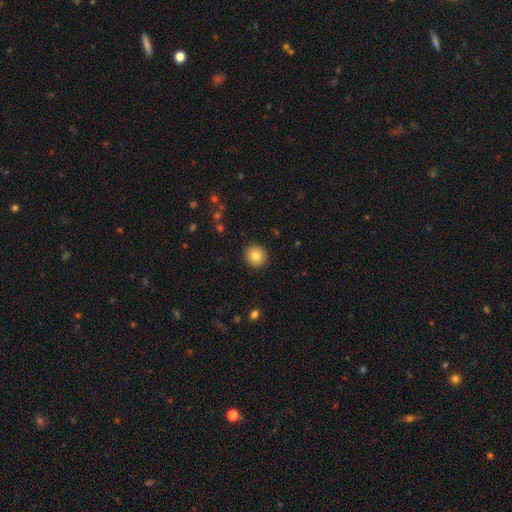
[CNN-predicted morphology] Smooth or featured: smooth — 83% (star or artifact — 9%)
How rounded: round — 88% (in between — 11%)
Merging: none — 92% (minor disturbance — 6%)